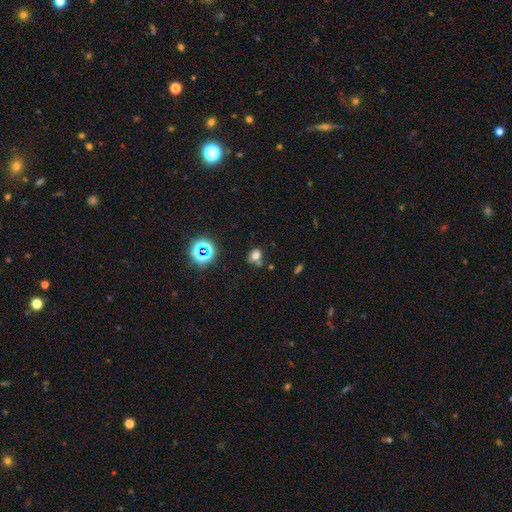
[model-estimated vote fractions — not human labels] The model was most divided on "how rounded": in between: 52%, round: 47%, cigar-shaped: 1%. More confident: smooth or featured — smooth (69%); merging — none (57%).